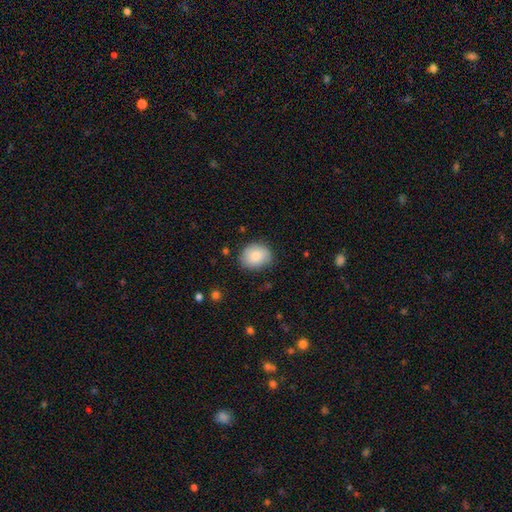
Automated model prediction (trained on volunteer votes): This appears to be a smooth galaxy with no disk features (81%) that is round (61%). Merging: none (76%).